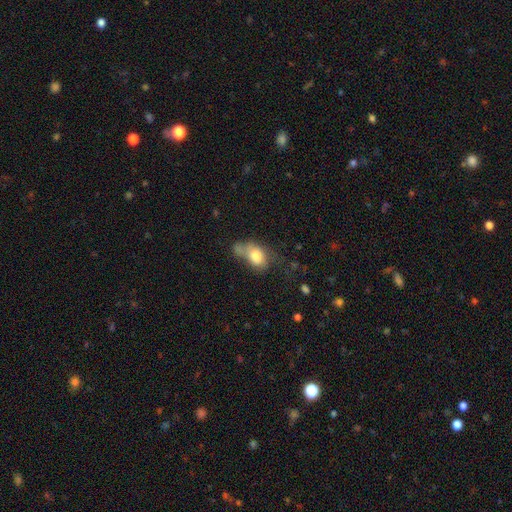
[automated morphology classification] Q: Smooth or featured?
A: smooth (74%); runner-up: featured or disk (17%)
Q: How rounded?
A: in between (73%); runner-up: round (24%)
Q: Merging?
A: none (27%); runner-up: minor disturbance (25%)